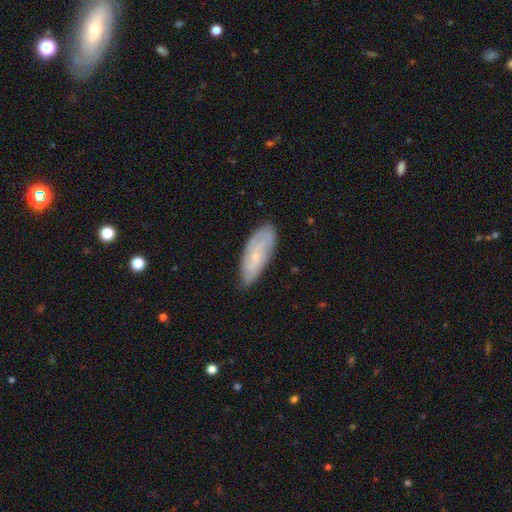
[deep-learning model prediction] Smooth or featured? Predicted: featured or disk (p=0.48). Merging? Predicted: none (p=0.74).